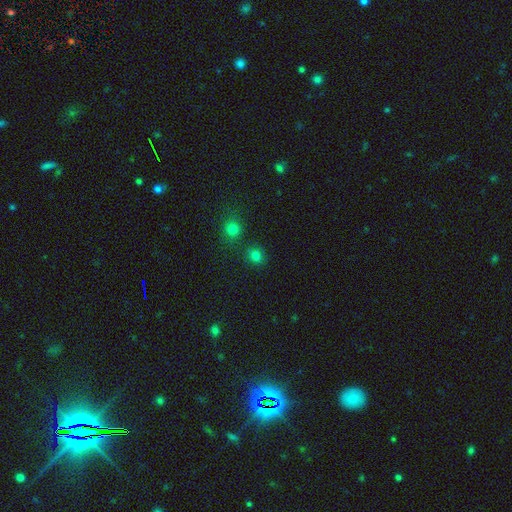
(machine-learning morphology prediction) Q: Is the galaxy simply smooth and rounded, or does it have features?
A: smooth — 78%.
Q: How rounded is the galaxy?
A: round — 80%.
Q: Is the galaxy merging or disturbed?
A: none — 80%.